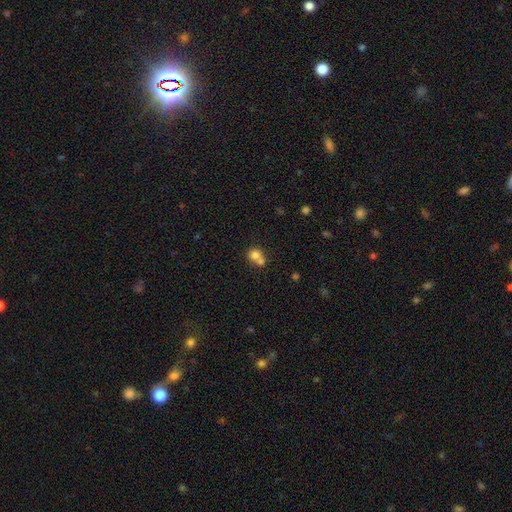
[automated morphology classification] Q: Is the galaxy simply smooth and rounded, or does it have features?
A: smooth — 75%.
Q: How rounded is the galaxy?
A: round — 78%.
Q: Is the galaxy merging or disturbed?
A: merger — 55%.